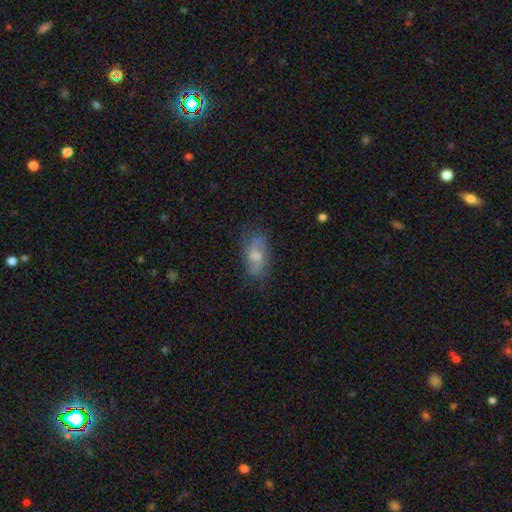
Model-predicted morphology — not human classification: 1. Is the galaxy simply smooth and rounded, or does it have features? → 49% featured or disk, 41% smooth, 10% star or artifact.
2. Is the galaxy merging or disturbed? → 71% none, 20% minor disturbance, 7% major disturbance, 2% merger.